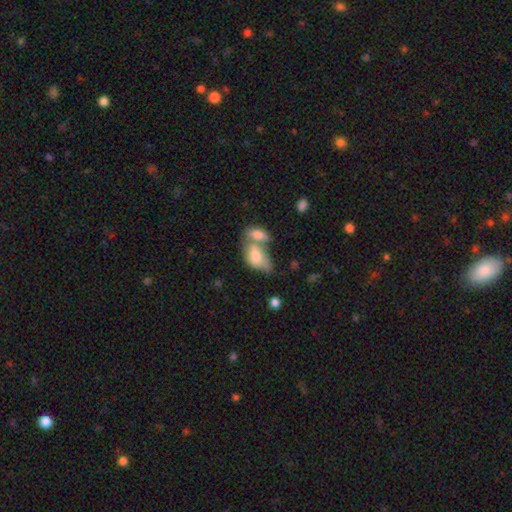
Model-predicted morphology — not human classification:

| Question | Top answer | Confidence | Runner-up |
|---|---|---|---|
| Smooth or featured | smooth | 71% | featured or disk (22%) |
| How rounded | in between | 89% | round (7%) |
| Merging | merger | 61% | none (19%) |